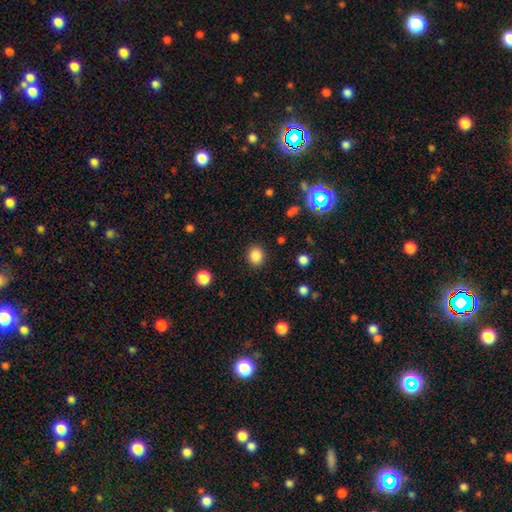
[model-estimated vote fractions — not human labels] Q: Smooth or featured?
A: smooth (85%); runner-up: star or artifact (12%)
Q: How rounded?
A: round (70%); runner-up: in between (30%)
Q: Merging?
A: none (89%); runner-up: minor disturbance (7%)